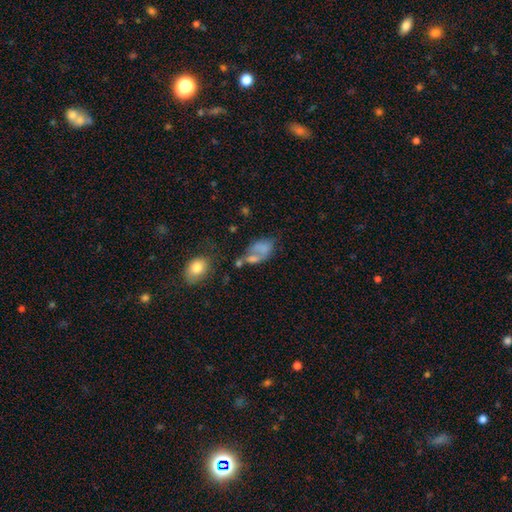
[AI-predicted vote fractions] Morphology: type=smooth (57%); roundness=in between (84%); merging=merger (34%).